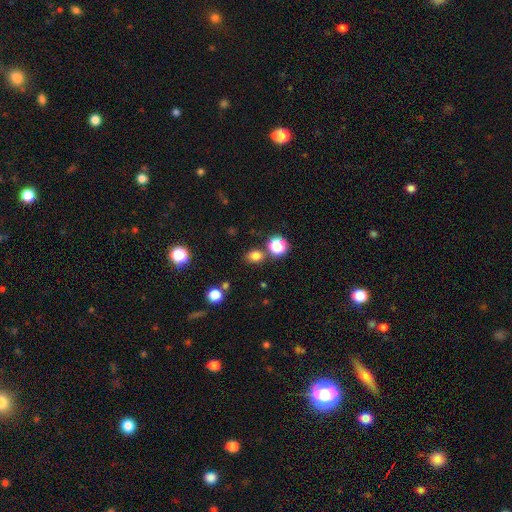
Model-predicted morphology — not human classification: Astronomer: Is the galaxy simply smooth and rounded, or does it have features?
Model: smooth — 77%.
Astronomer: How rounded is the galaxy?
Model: round — 53% (runner-up: in between, 46%).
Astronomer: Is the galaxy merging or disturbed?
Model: none — 76%.